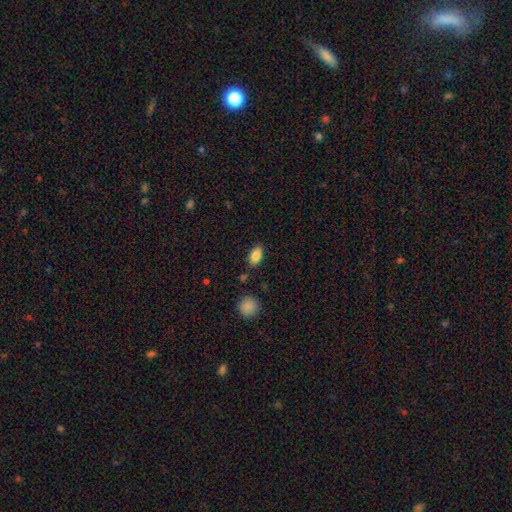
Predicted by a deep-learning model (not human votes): This is clearly a smooth galaxy (84%). How rounded: clearly in between (90%). Merging: clearly none (83%).